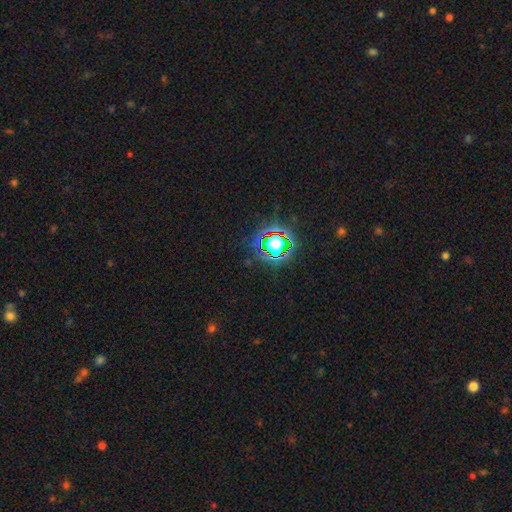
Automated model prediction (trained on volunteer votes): Smooth or featured: star or artifact — 78% (smooth — 14%)